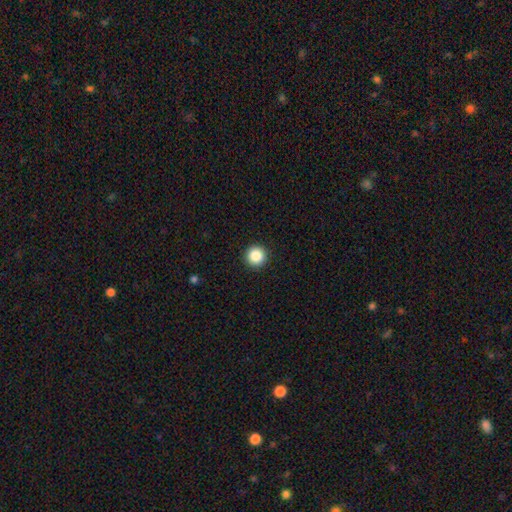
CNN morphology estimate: This is clearly a smooth galaxy (87%). How rounded: clearly round (96%). Merging: clearly none (94%).